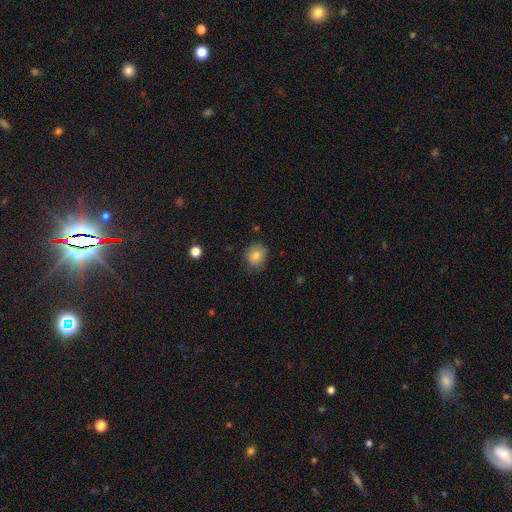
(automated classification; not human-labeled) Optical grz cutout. It shows a smooth galaxy with no disk features (80%) that is round (73%). Merging: none (71%).